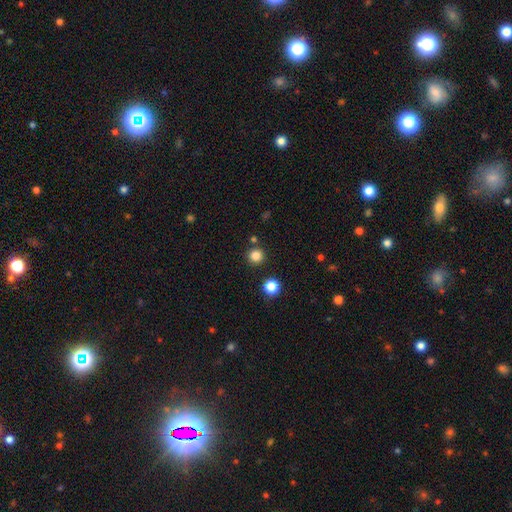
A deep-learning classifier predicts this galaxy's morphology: Q: Smooth or featured?
A: smooth (83%); runner-up: star or artifact (13%)
Q: How rounded?
A: round (95%); runner-up: in between (4%)
Q: Merging?
A: none (88%); runner-up: minor disturbance (5%)